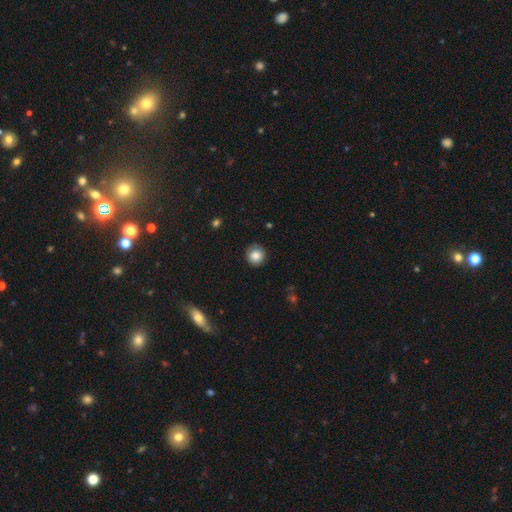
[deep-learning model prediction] smooth 83%, star or artifact 9%, featured or disk 8%. Down the decision tree: how rounded — round (92%); merging — none (84%).